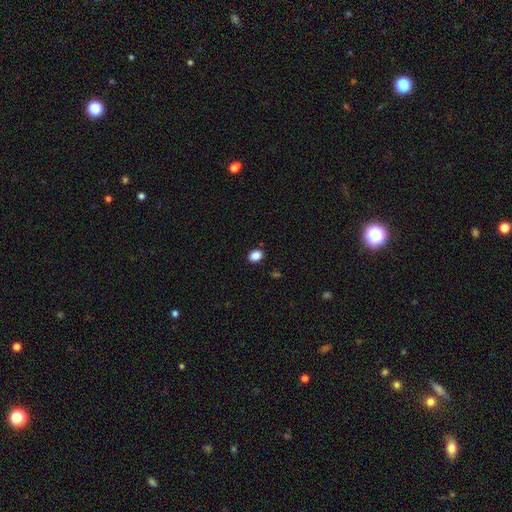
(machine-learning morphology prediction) Smooth or featured?
  - smooth: 88% *
  - star or artifact: 9%
  - featured or disk: 3%
How rounded?
  - in between: 63% *
  - round: 36%
  - cigar-shaped: 1%
Merging?
  - none: 89% *
  - minor disturbance: 8%
  - major disturbance: 2%
  - merger: 1%